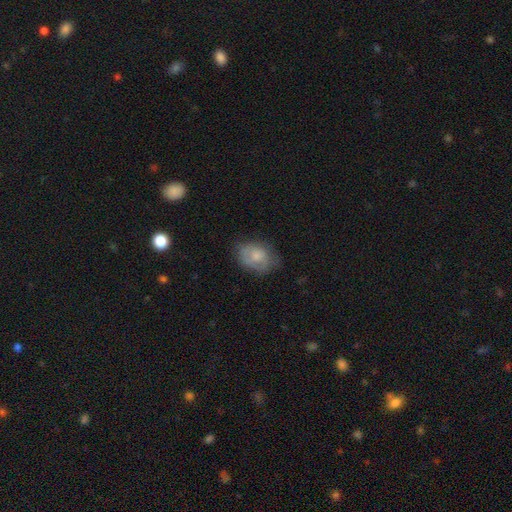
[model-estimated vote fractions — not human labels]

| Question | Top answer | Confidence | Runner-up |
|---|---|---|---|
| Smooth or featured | smooth | 66% | featured or disk (26%) |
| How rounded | in between | 70% | round (29%) |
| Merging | none | 60% | minor disturbance (28%) |